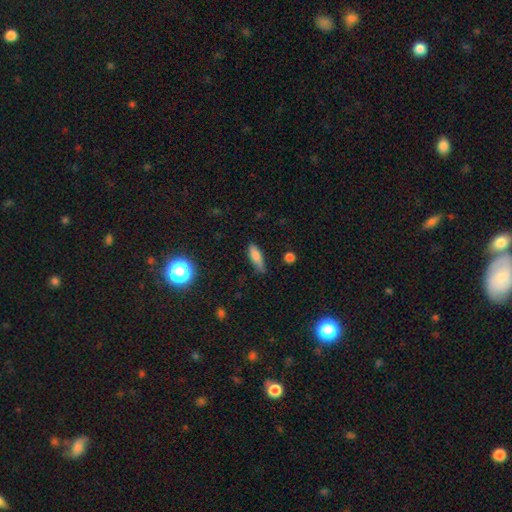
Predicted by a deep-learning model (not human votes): Overall: smooth (79%). How rounded: in between (51%; cigar-shaped 46%). Merging: none (64%; minor disturbance 28%).